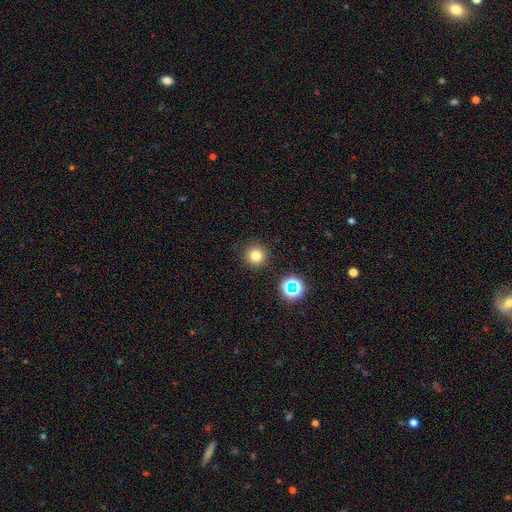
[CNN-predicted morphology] This is likely a smooth galaxy (77%). How rounded: clearly round (96%). Merging: clearly none (90%).